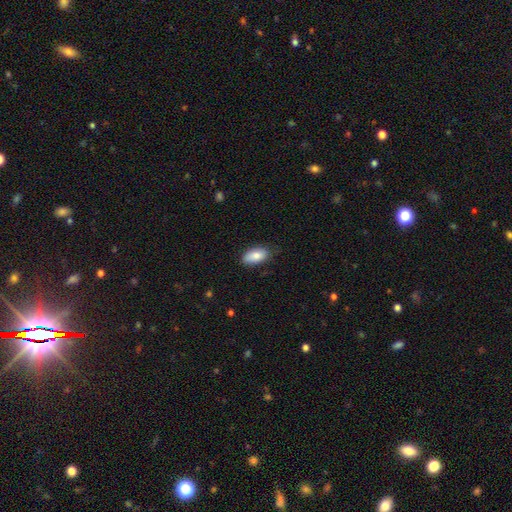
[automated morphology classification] Smooth or featured? smooth (83%)
How rounded? in between (93%)
Merging? none (77%)